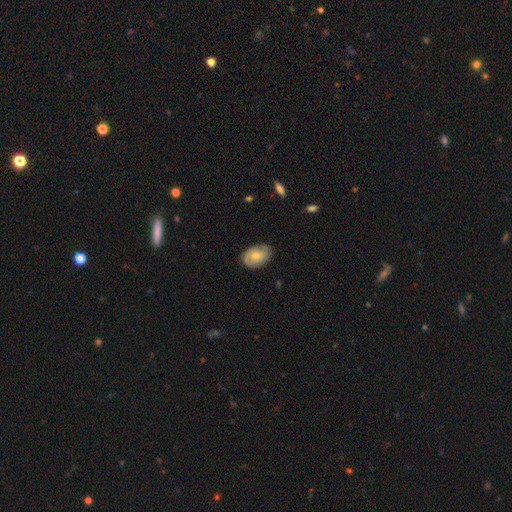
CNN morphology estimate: smooth_or_featured: smooth (p=0.57) [alt: featured or disk p=0.37]
how_rounded: in between (p=0.85) [alt: round p=0.14]
merging: none (p=0.79) [alt: minor disturbance p=0.16]